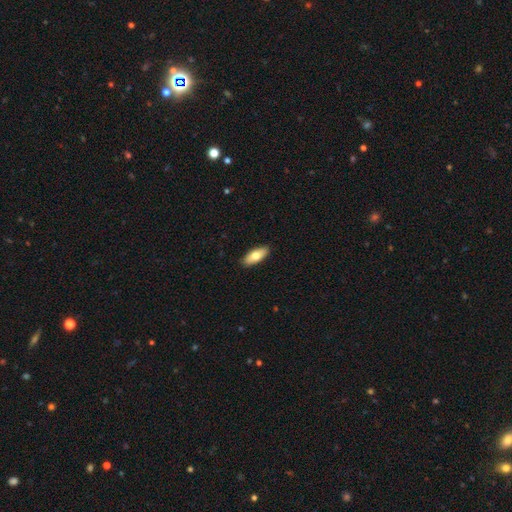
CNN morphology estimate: smooth-or-featured: smooth: 74% | featured or disk: 21% | star or artifact: 6%
  how-rounded: in between: 81% | cigar-shaped: 17% | round: 2%
  merging: none: 90% | minor disturbance: 8% | major disturbance: 2% | merger: 1%